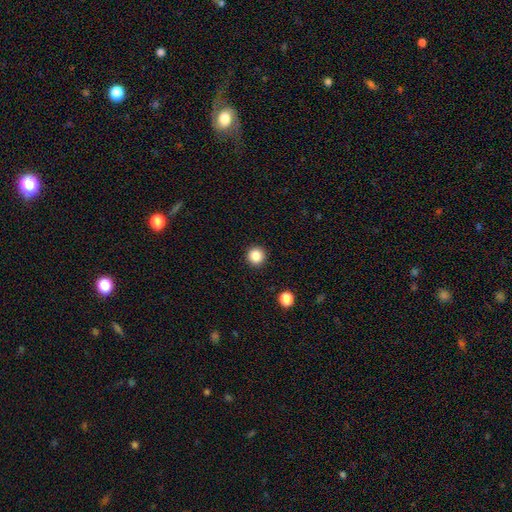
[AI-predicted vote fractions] The model was most divided on "smooth or featured": smooth: 86%, star or artifact: 11%, featured or disk: 4%. More confident: how rounded — round (95%); merging — none (92%).